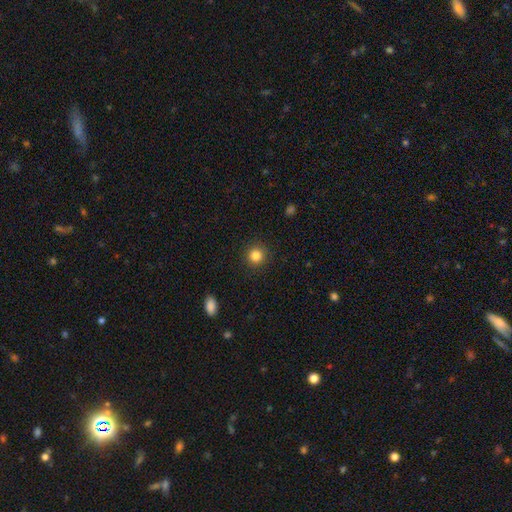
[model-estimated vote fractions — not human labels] This is clearly a smooth galaxy (84%). How rounded: clearly round (93%). Merging: clearly none (91%).